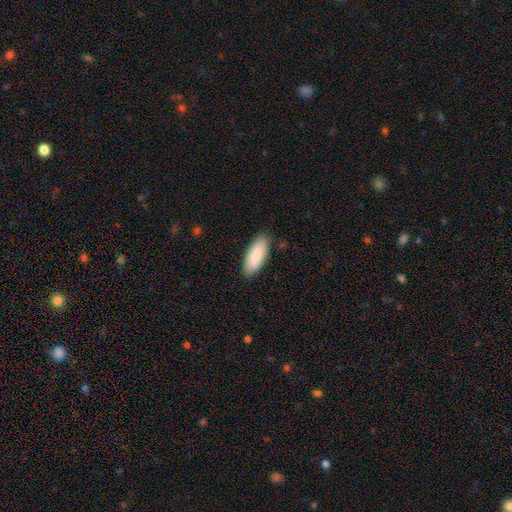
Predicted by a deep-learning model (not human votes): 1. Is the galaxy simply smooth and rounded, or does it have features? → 83% smooth, 11% featured or disk, 6% star or artifact.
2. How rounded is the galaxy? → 81% in between, 17% cigar-shaped, 2% round.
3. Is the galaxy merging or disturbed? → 85% none, 11% minor disturbance, 2% major disturbance, 1% merger.